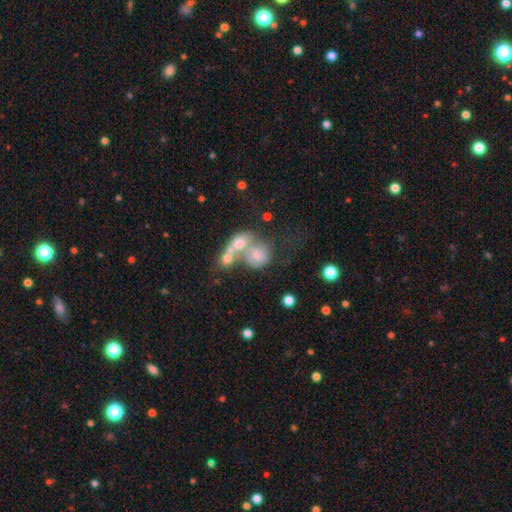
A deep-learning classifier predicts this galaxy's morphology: This is possibly a smooth galaxy (55%). How rounded: likely round (65%). Merging: possibly merger (59%).